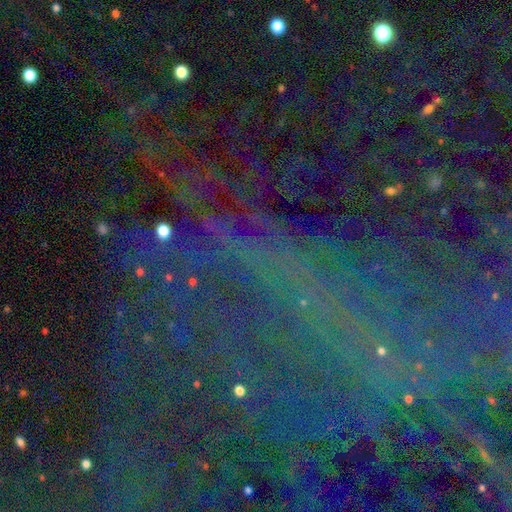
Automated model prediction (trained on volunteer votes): Smooth or featured: star or artifact — 86% (featured or disk — 7%)